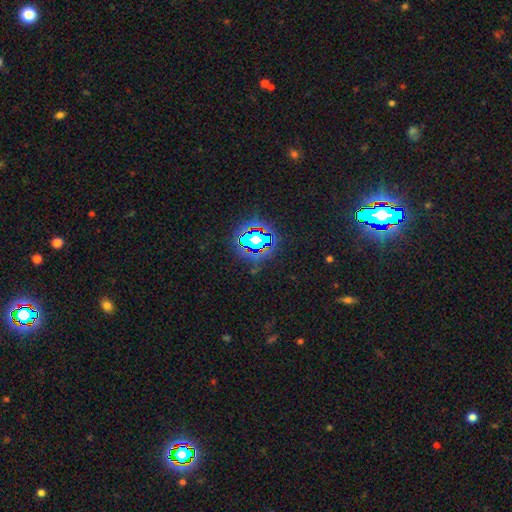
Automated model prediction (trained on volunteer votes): Morphology: type=star or artifact (74%).